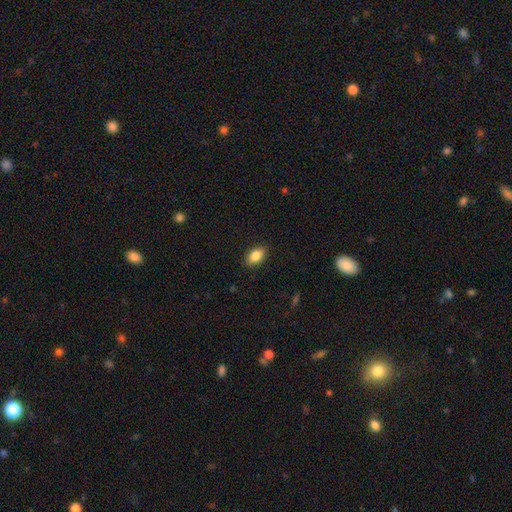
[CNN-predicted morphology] This appears to be a smooth galaxy with no disk features (86%) that is in between round and cigar-shaped (89%). Merging: none (87%).